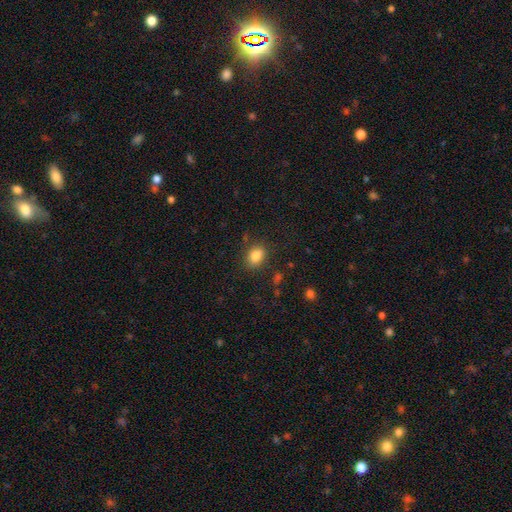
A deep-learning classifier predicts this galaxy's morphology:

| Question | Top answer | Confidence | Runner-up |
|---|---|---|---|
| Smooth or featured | smooth | 84% | star or artifact (10%) |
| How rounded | in between | 64% | round (35%) |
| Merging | none | 80% | minor disturbance (13%) |